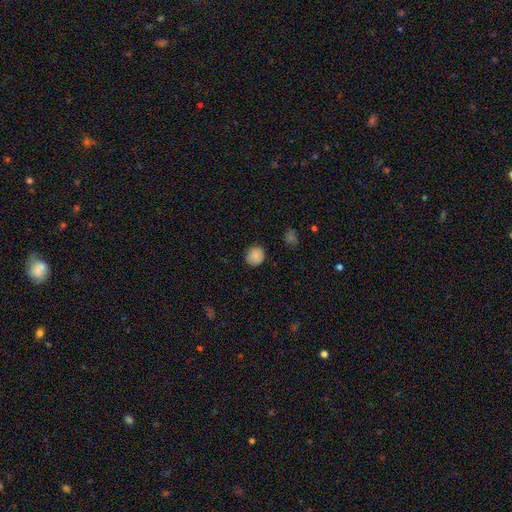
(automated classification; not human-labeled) This appears to be a smooth galaxy with no disk features (86%) that is round (88%). Merging: none (85%).